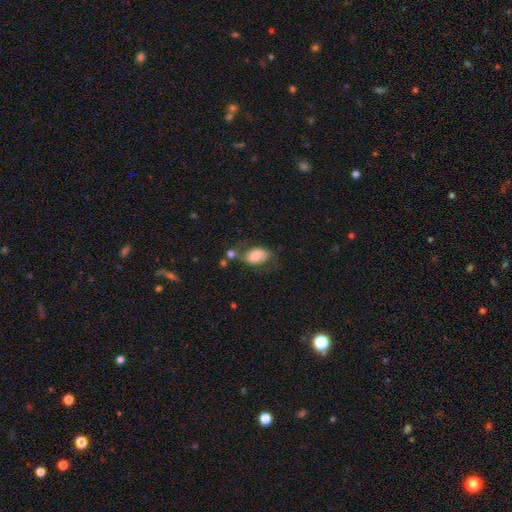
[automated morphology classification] type=smooth (72%); roundness=in between (88%); merging=none (47%).